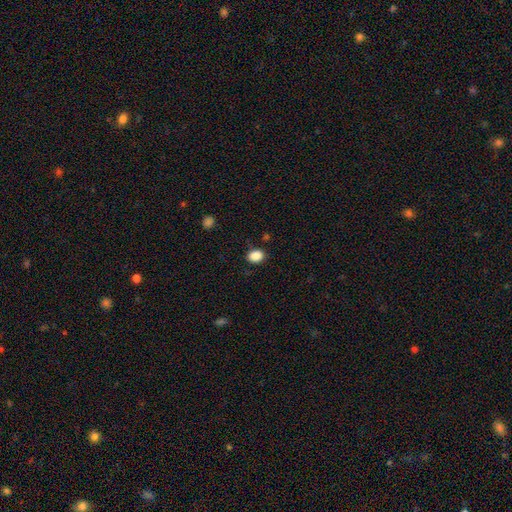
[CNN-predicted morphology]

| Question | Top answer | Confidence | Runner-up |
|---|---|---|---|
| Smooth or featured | smooth | 88% | star or artifact (9%) |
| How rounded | in between | 64% | round (35%) |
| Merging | none | 84% | minor disturbance (12%) |